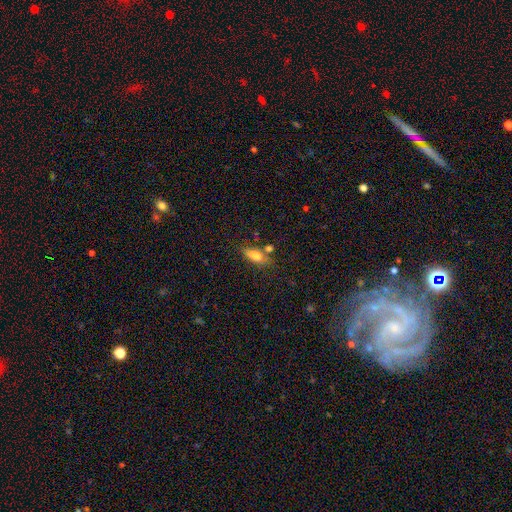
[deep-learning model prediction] Morphology: type=smooth (75%); roundness=in between (75%); merging=none (64%).